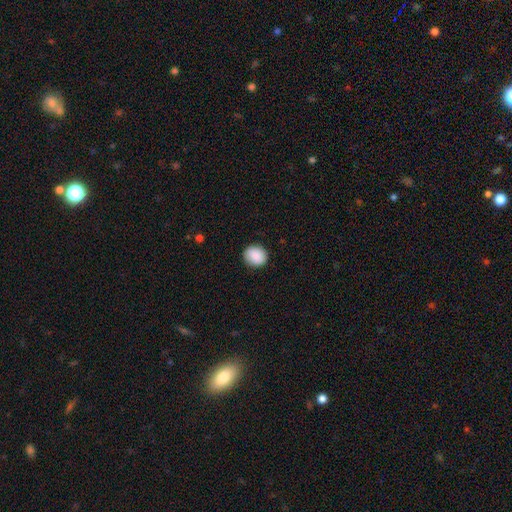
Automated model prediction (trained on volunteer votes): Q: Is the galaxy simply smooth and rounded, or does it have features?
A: smooth — 88%.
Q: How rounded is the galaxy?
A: round — 78%.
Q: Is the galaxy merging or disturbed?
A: none — 88%.